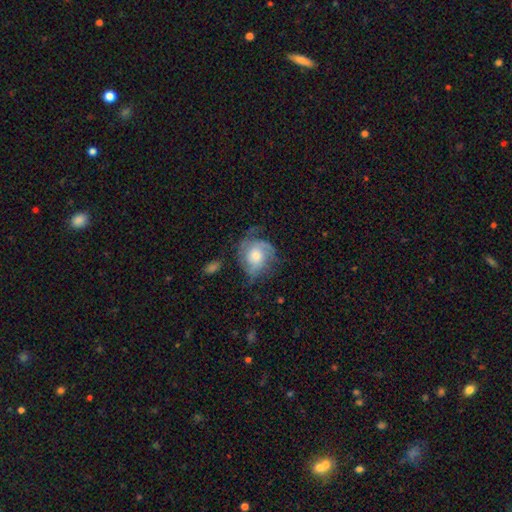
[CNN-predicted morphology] The model was most divided on "spiral winding": tight: 44%, medium: 38%, loose: 18%. Remaining: edge-on disk — no (97%); spiral arms — yes (88%); bar — no (76%); smooth or featured — featured or disk (65%); bulge size — moderate (62%); merging — none (57%); spiral arm count — 2 (36%).